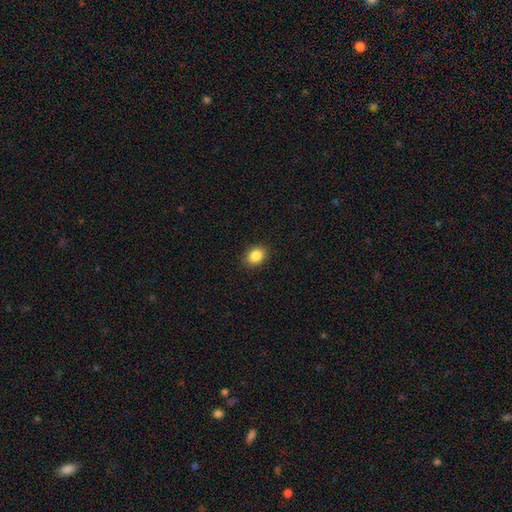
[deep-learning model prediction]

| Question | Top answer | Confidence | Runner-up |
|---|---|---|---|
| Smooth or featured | smooth | 86% | star or artifact (9%) |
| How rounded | in between | 63% | round (36%) |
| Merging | none | 90% | minor disturbance (7%) |